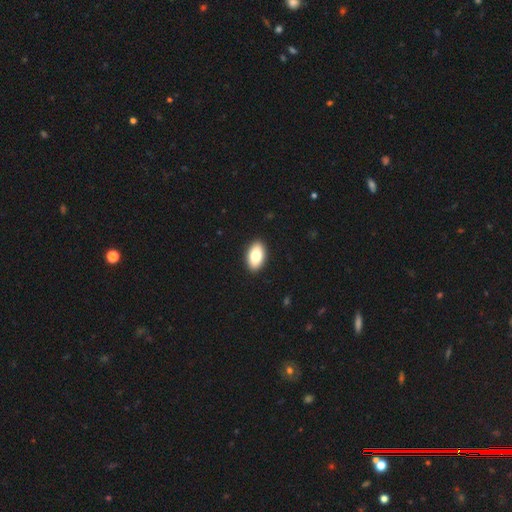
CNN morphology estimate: Smooth or featured?
  - smooth: 79% *
  - featured or disk: 14%
  - star or artifact: 7%
How rounded?
  - in between: 93% *
  - round: 5%
  - cigar-shaped: 2%
Merging?
  - none: 92% *
  - minor disturbance: 6%
  - major disturbance: 2%
  - merger: 1%